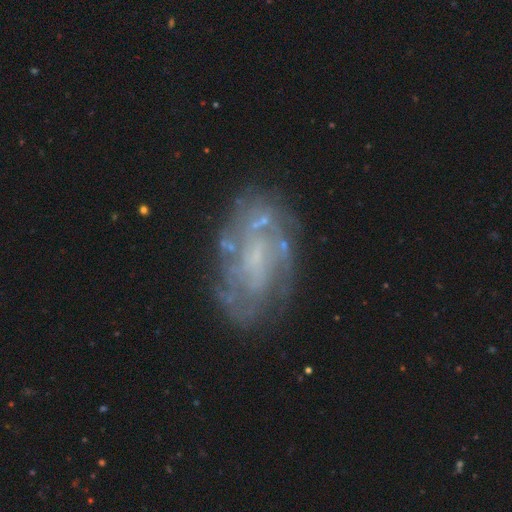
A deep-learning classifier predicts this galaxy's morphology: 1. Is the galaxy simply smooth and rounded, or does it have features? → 75% featured or disk, 16% smooth, 9% star or artifact.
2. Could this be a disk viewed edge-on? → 96% no, 4% yes.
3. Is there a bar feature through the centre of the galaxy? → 60% no, 32% weak, 8% strong.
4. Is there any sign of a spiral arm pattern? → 71% yes, 29% no.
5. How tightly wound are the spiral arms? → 46% tight, 35% medium, 19% loose.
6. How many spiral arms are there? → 54% can't tell, 20% 2, 10% 3, 7% 4, 5% 1, 5% more than 4.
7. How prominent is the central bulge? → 44% small, 40% none, 14% moderate, 2% large, 1% dominant.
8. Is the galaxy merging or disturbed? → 69% none, 18% minor disturbance, 10% major disturbance, 3% merger.